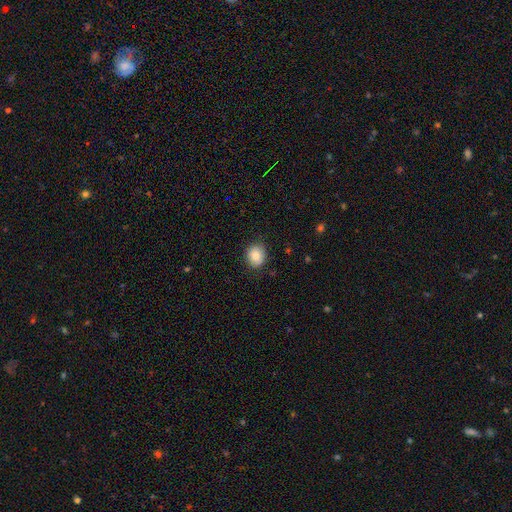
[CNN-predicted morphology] The model was most divided on "how rounded": round: 66%, in between: 33%, cigar-shaped: 1%. More confident: merging — none (85%); smooth or featured — smooth (83%).